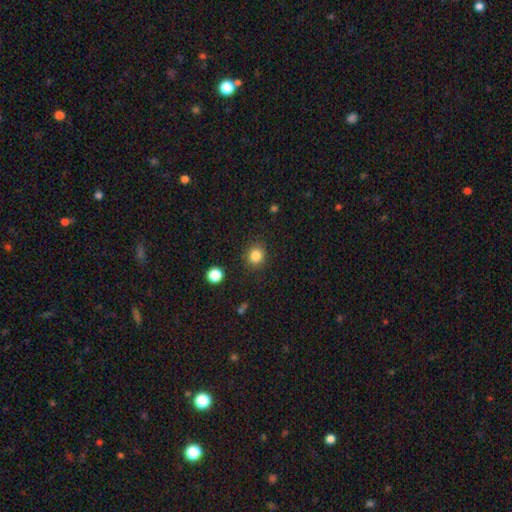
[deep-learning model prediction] Q: Smooth or featured?
A: smooth (84%); runner-up: star or artifact (11%)
Q: How rounded?
A: round (84%); runner-up: in between (15%)
Q: Merging?
A: none (88%); runner-up: minor disturbance (8%)